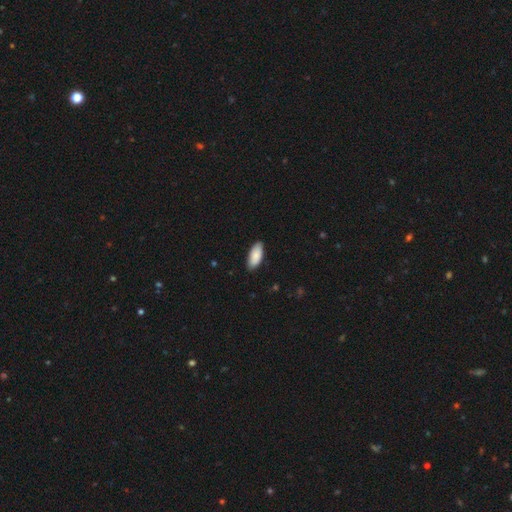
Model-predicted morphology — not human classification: smooth-or-featured: smooth: 87% | featured or disk: 7% | star or artifact: 5%
  how-rounded: in between: 88% | cigar-shaped: 10% | round: 2%
  merging: none: 85% | minor disturbance: 12% | major disturbance: 2% | merger: 1%